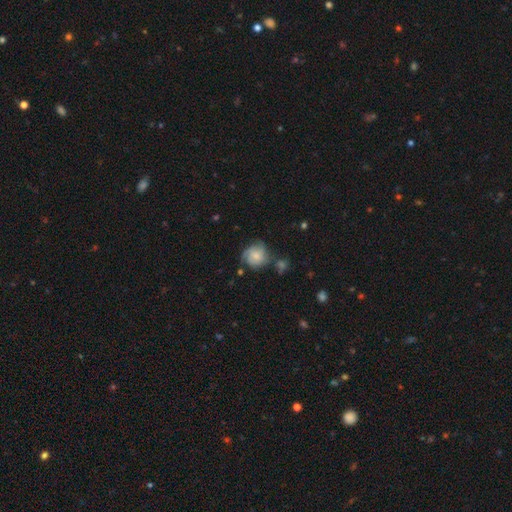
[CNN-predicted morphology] This appears to be a smooth galaxy with no disk features (46%, tied with featured or disk). Merging: none (55%).